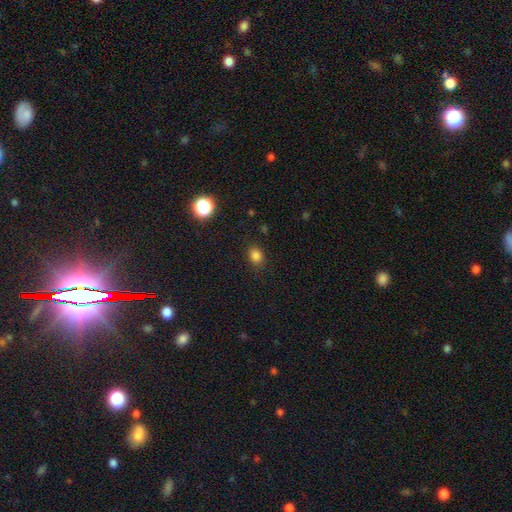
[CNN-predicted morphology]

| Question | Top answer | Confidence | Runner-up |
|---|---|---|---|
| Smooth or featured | smooth | 82% | star or artifact (14%) |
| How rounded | in between | 52% | round (47%) |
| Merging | none | 85% | minor disturbance (11%) |